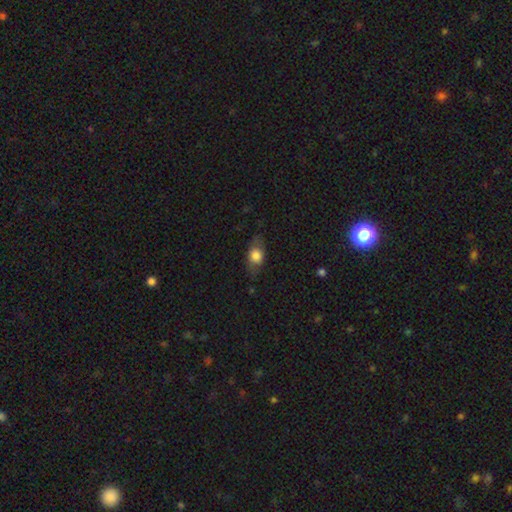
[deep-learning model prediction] Smooth or featured? smooth (69%)
How rounded? in between (70%)
Merging? none (75%)